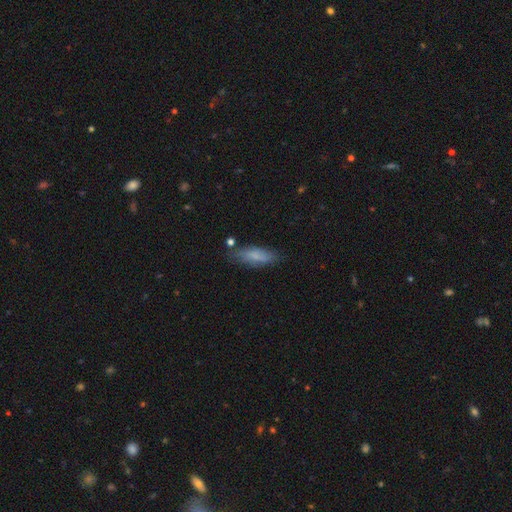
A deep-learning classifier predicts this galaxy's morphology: Overall: smooth (74%). How rounded: in between (51%; cigar-shaped 47%). Merging: none (74%).